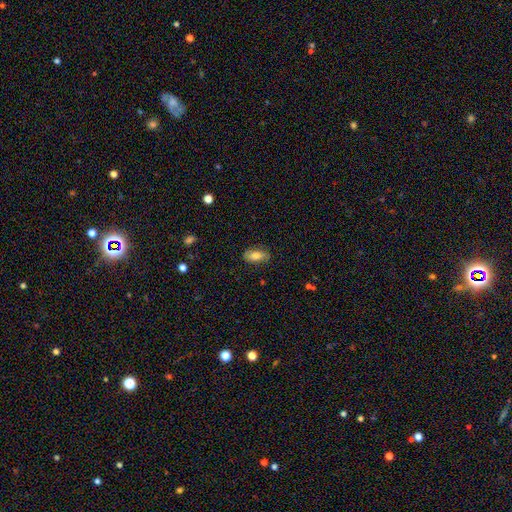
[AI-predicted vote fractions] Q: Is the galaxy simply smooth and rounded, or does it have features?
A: smooth — 73%.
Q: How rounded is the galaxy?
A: in between — 88%.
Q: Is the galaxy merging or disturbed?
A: none — 81%.